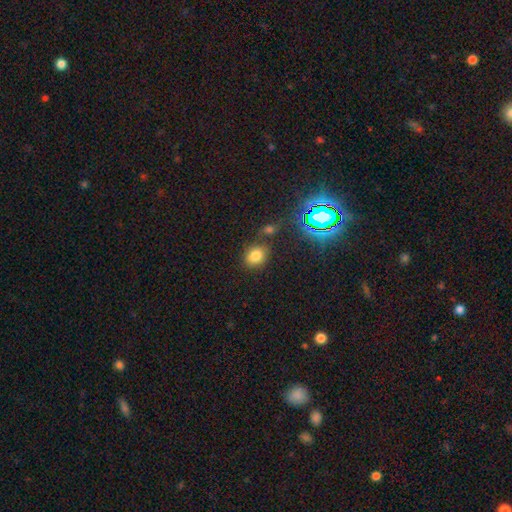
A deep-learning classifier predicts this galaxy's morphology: smooth_or_featured: smooth (p=0.74) [alt: star or artifact p=0.19]
how_rounded: in between (p=0.53) [alt: round p=0.46]
merging: none (p=0.73) [alt: minor disturbance p=0.13]